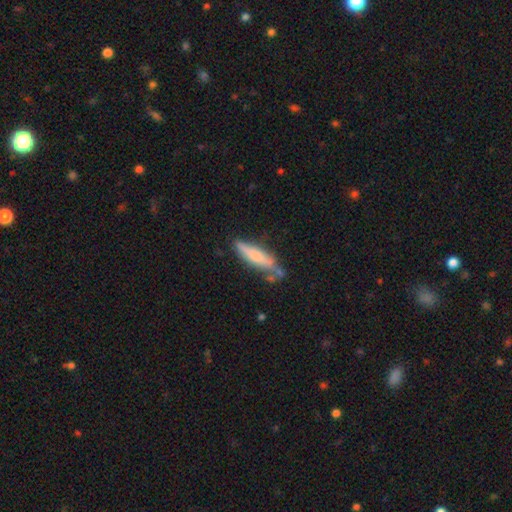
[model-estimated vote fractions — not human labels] This is likely a smooth galaxy (67%). How rounded: likely cigar-shaped (74%). Merging: possibly none (57%).